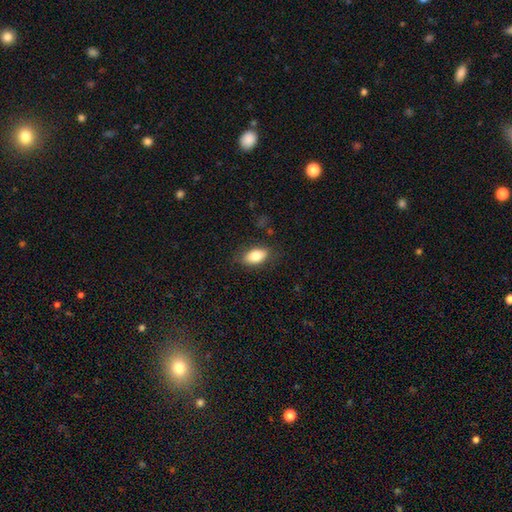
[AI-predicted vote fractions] This appears to be a smooth galaxy with no disk features (80%) that is in between round and cigar-shaped (90%). Merging: none (82%).